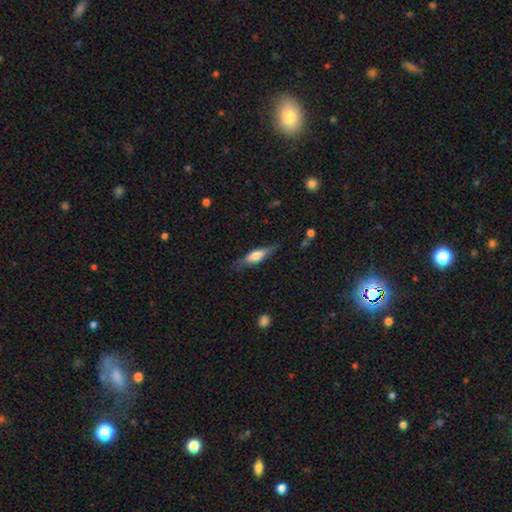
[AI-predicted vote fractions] smooth-or-featured: smooth: 50% | featured or disk: 44% | star or artifact: 6%
  how-rounded: cigar-shaped: 63% | in between: 34% | round: 2%
  merging: none: 76% | minor disturbance: 18% | major disturbance: 5% | merger: 2%